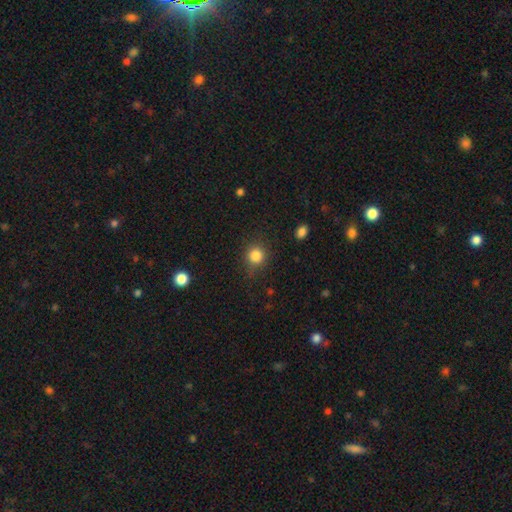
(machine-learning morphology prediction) Q: Smooth or featured?
A: smooth (85%); runner-up: star or artifact (11%)
Q: How rounded?
A: round (90%); runner-up: in between (9%)
Q: Merging?
A: none (84%); runner-up: minor disturbance (11%)